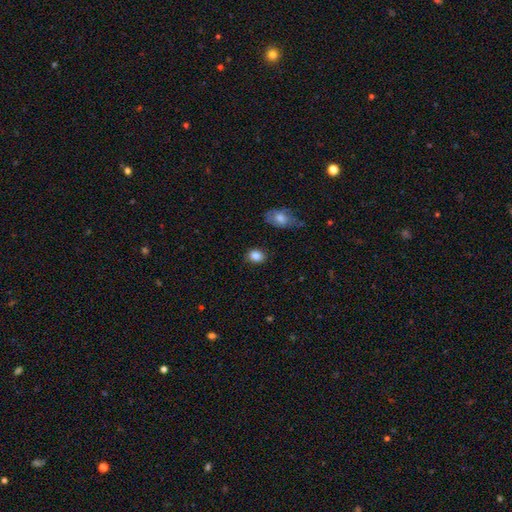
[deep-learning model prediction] Morphology: type=smooth (84%); roundness=in between (52%); merging=none (84%).